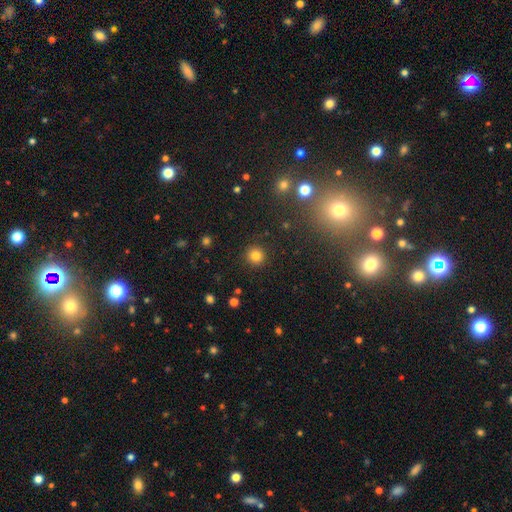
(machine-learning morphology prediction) Smooth or featured? smooth (81%)
How rounded? round (94%)
Merging? none (91%)